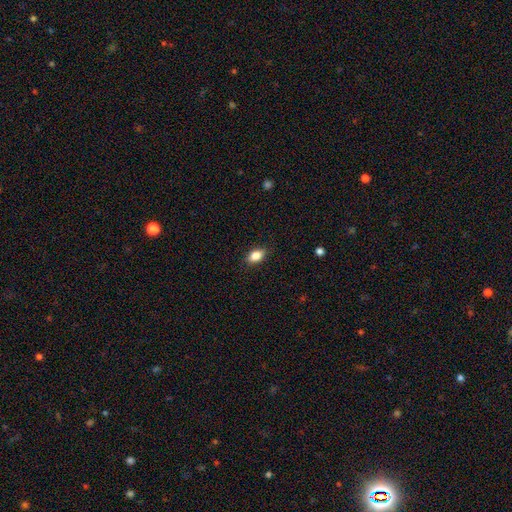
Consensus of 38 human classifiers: Q: Smooth or featured?
A: smooth (82%); runner-up: featured or disk (11%)
Q: How rounded?
A: in between (81%); runner-up: round (19%)
Q: Merging?
A: none (94%); runner-up: minor disturbance (3%)